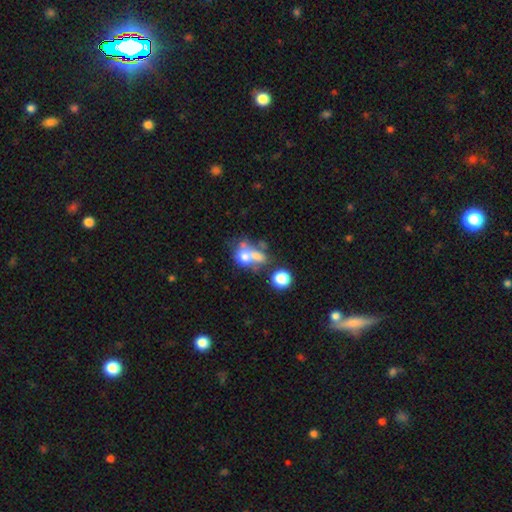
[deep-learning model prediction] A smooth galaxy with no disk features (60%) that is round (54%).

Vote fractions:
- Smooth or featured? smooth: 60% / featured or disk: 26% / star or artifact: 14%
- How rounded? round: 54% / in between: 43% / cigar-shaped: 2%
- Merging? merger: 53% / none: 23% / major disturbance: 14% / minor disturbance: 10%